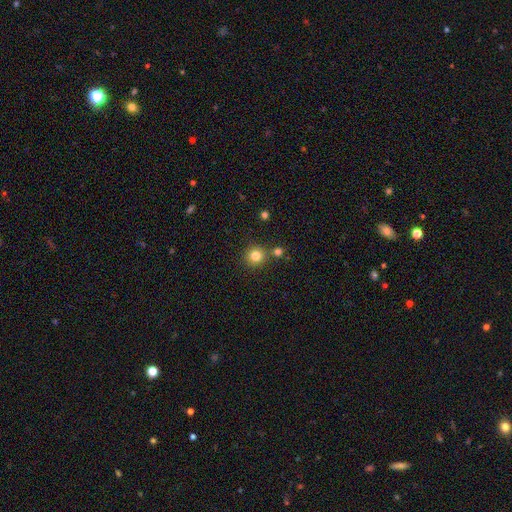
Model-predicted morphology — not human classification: This is clearly a smooth galaxy (82%). How rounded: clearly round (93%). Merging: likely none (78%).